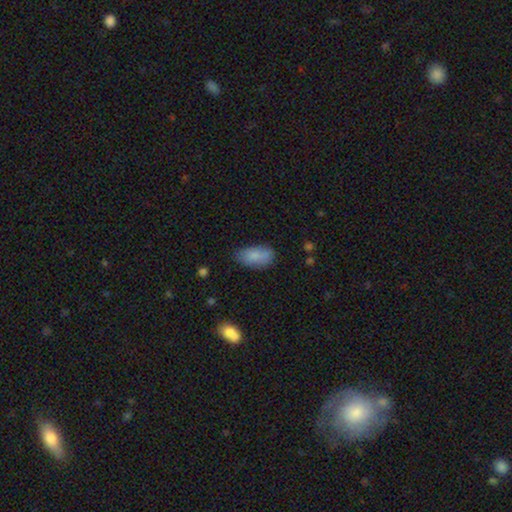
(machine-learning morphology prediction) smooth 83%, featured or disk 9%, star or artifact 8%. Down the decision tree: how rounded — in between (93%); merging — none (66%).